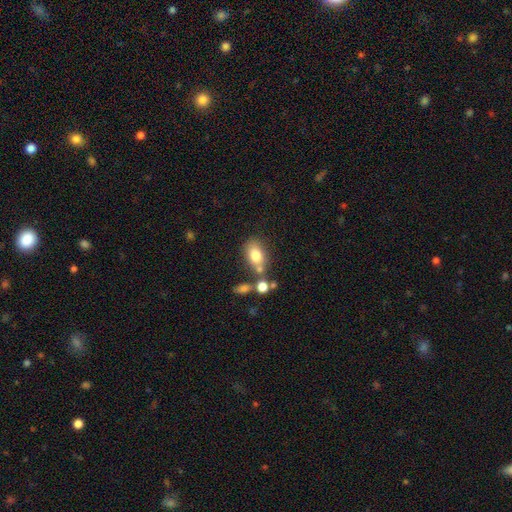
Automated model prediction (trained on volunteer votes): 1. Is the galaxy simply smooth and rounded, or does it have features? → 77% smooth, 13% featured or disk, 10% star or artifact.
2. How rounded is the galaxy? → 79% in between, 19% round, 2% cigar-shaped.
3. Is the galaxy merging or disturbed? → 55% none, 22% merger, 15% minor disturbance, 7% major disturbance.